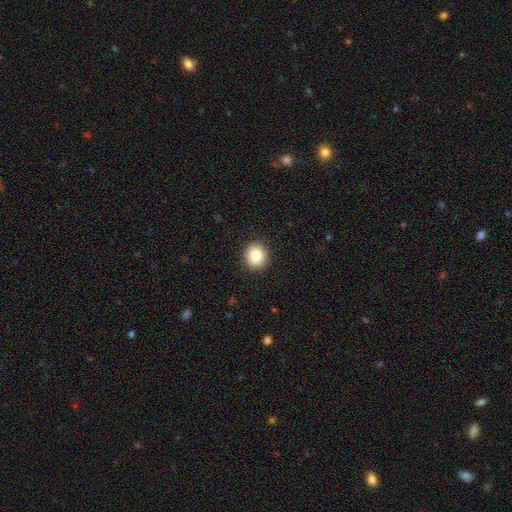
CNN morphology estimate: type=smooth (85%); roundness=round (90%); merging=none (92%).